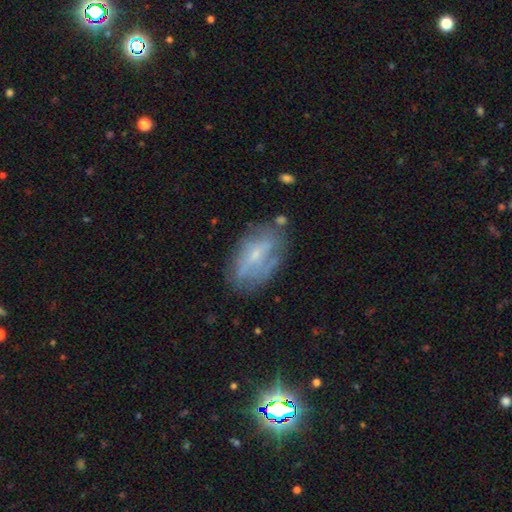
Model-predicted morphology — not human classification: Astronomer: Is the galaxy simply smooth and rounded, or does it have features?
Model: featured or disk — 57% (runner-up: smooth, 34%).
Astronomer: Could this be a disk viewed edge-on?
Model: no — 89%.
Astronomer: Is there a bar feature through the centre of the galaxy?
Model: no — 57% (runner-up: weak, 32%).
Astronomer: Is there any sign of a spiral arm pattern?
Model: yes — 51% (runner-up: no, 49%).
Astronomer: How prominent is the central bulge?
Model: small — 72%.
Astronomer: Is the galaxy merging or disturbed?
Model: none — 61%.